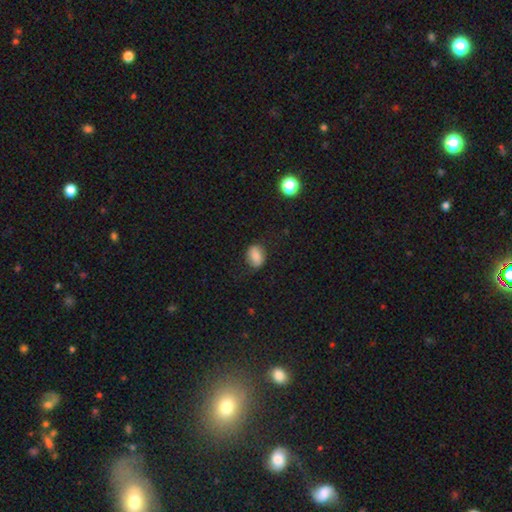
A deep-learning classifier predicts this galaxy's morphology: Smooth or featured? Predicted: smooth (p=0.79). How rounded? Predicted: in between (p=0.67). Merging? Predicted: none (p=0.77).